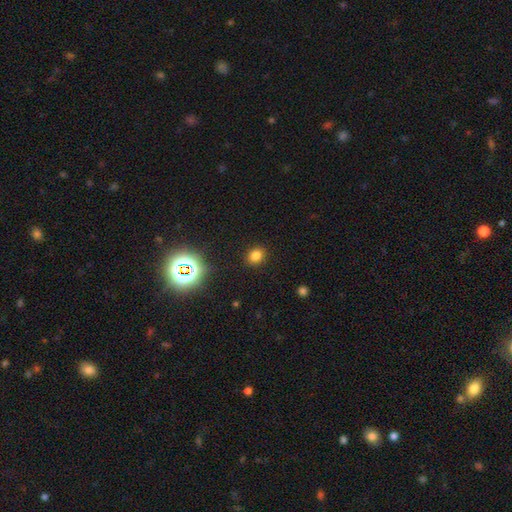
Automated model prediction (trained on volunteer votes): A smooth galaxy with no disk features (77%) that is round (64%). Merging: none (90%).